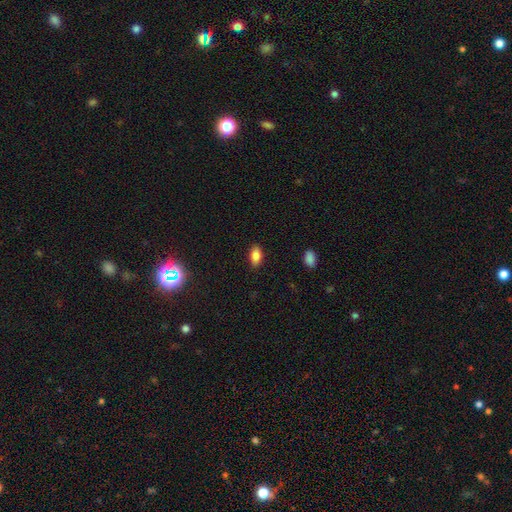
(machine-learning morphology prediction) Smooth or featured: smooth — 84% (star or artifact — 9%)
How rounded: in between — 90% (cigar-shaped — 5%)
Merging: none — 88% (minor disturbance — 9%)